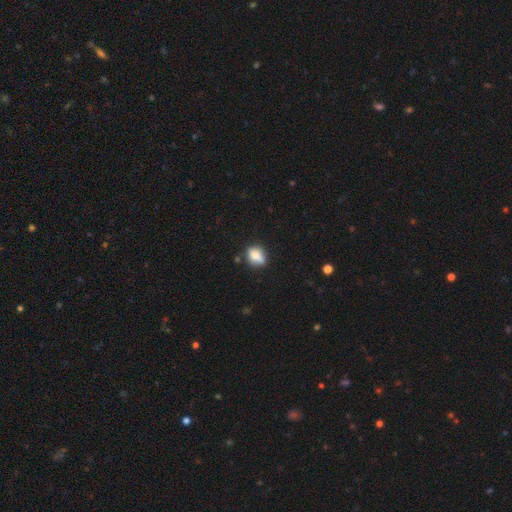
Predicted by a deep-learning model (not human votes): smooth 74%, featured or disk 17%, star or artifact 9%. Down the decision tree: how rounded — in between (58%); merging — none (63%).